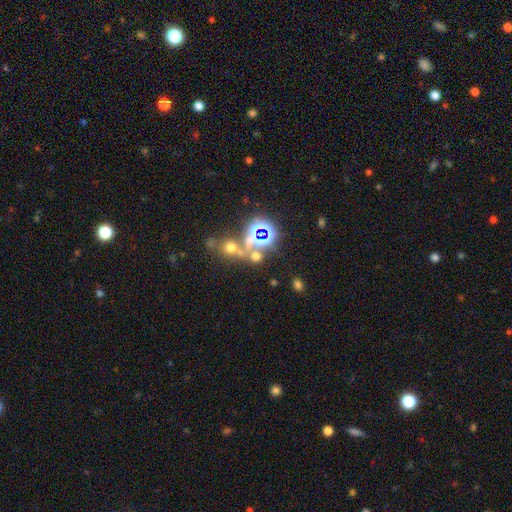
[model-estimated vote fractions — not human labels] A star or artifact, not a galaxy (47%).